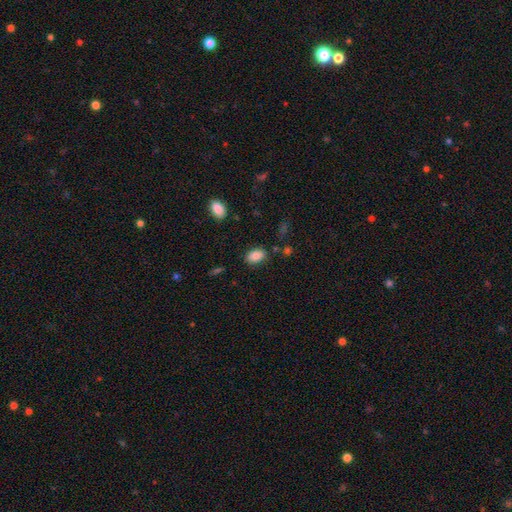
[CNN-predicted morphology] Smooth or featured? smooth (85%)
How rounded? in between (89%)
Merging? none (83%)